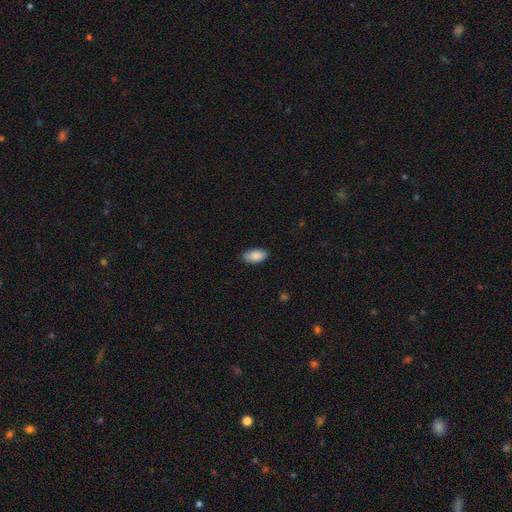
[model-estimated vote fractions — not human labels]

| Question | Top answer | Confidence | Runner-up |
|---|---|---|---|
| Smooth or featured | smooth | 89% | star or artifact (6%) |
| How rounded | in between | 94% | cigar-shaped (4%) |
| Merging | none | 85% | minor disturbance (11%) |